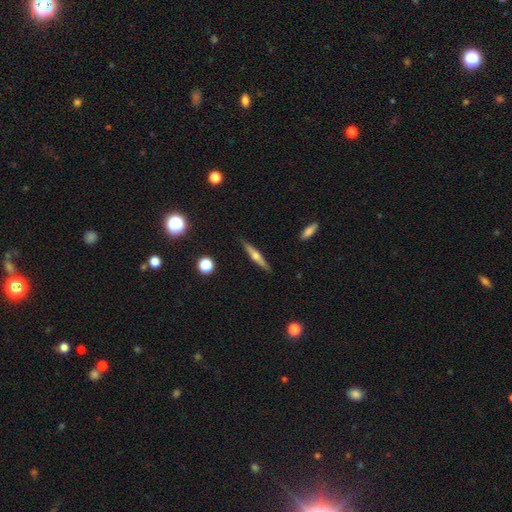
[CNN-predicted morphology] smooth-or-featured: featured or disk: 60% | smooth: 33% | star or artifact: 7%
  disk-edge-on: yes: 96% | no: 4%
    edge-on-bulge: rounded: 88% | none: 6% | boxy: 5%
  merging: none: 89% | minor disturbance: 8% | major disturbance: 2% | merger: 1%